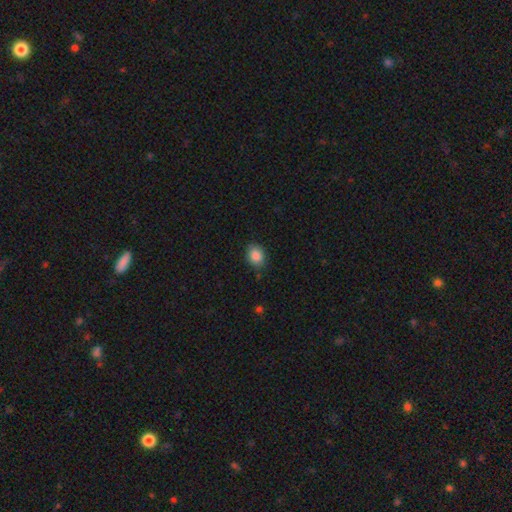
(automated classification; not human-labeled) A smooth galaxy with no disk features (87%) that is in between round and cigar-shaped (54%).

Vote fractions:
- Smooth or featured? smooth: 87% / star or artifact: 8% / featured or disk: 4%
- How rounded? in between: 54% / round: 45% / cigar-shaped: 1%
- Merging? none: 84% / minor disturbance: 12% / major disturbance: 3% / merger: 1%